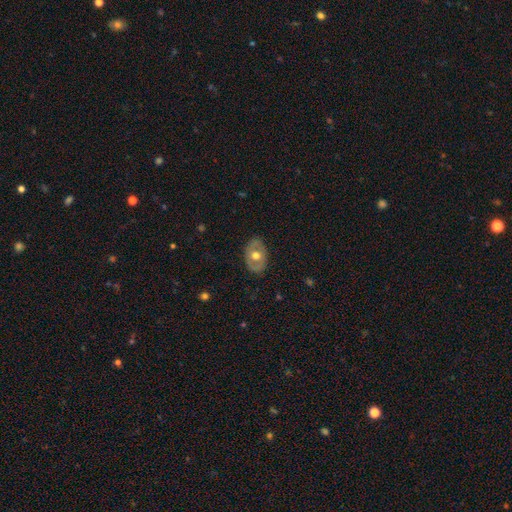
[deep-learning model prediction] Overall: featured or disk (52%; smooth 42%). Edge-on disk: no (91%). Merging: none (80%).